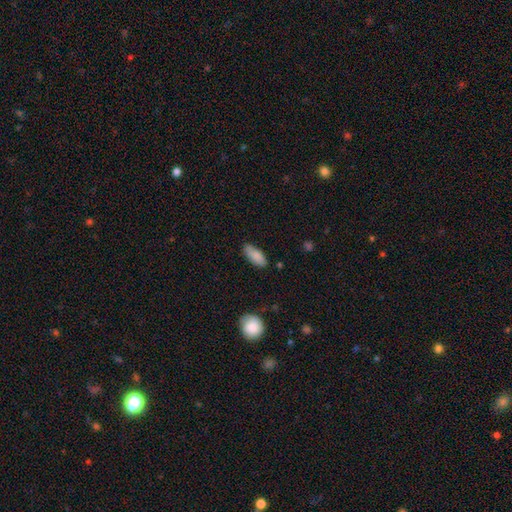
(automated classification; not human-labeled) Smooth or featured? smooth (85%)
How rounded? in between (81%)
Merging? none (78%)